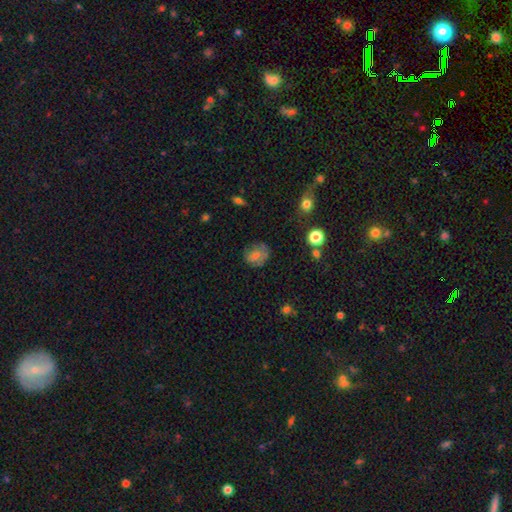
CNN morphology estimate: A smooth galaxy with no disk features (61%) that is round (58%). Merging: none (68%).